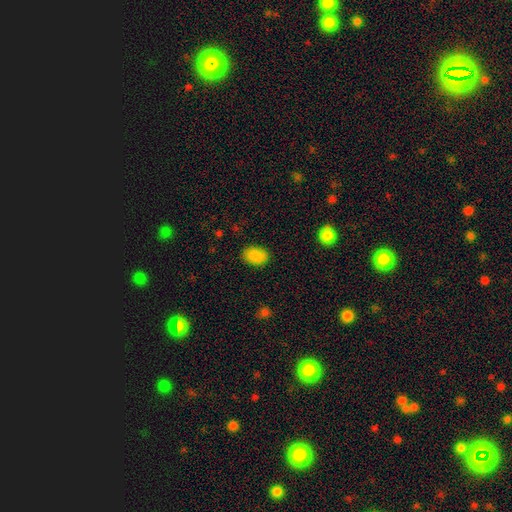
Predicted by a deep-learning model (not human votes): Smooth or featured? smooth (88%)
How rounded? in between (79%)
Merging? none (86%)